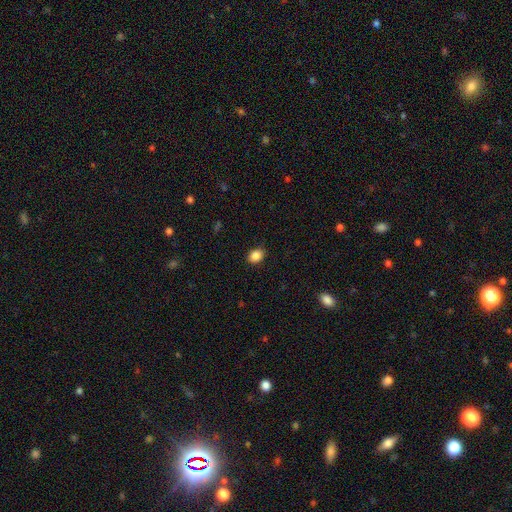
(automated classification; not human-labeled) Q: Smooth or featured?
A: smooth (88%); runner-up: star or artifact (9%)
Q: How rounded?
A: in between (64%); runner-up: round (35%)
Q: Merging?
A: none (87%); runner-up: minor disturbance (10%)